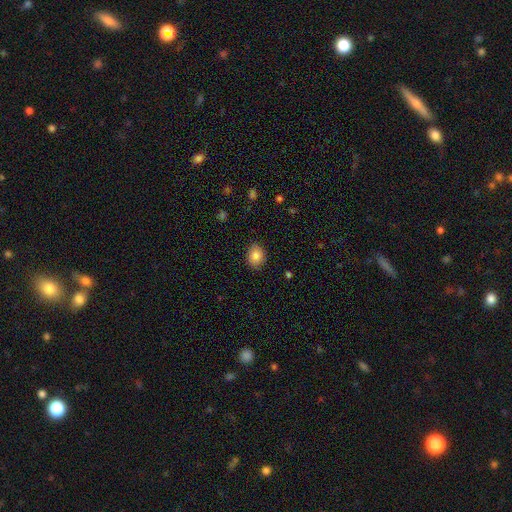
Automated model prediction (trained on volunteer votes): Overall: smooth (85%). How rounded: in between (51%; round 48%). Merging: none (87%).